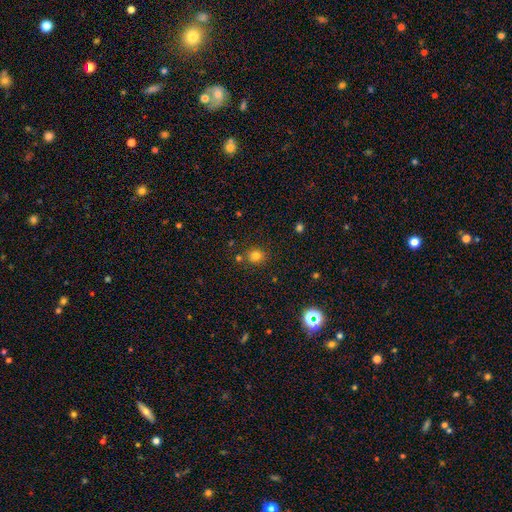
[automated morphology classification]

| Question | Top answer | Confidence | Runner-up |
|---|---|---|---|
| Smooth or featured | smooth | 78% | star or artifact (15%) |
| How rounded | round | 78% | in between (21%) |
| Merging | none | 78% | minor disturbance (10%) |